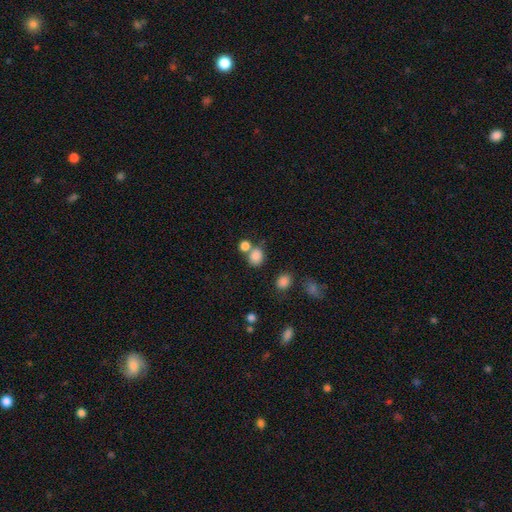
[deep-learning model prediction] Morphology: type=smooth (83%); roundness=round (66%); merging=none (53%).